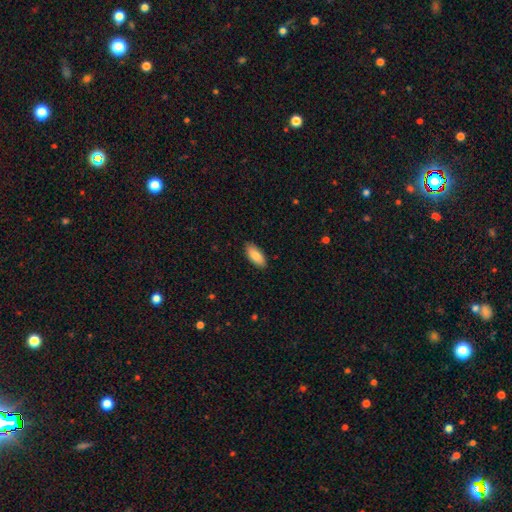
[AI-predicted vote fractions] A smooth galaxy with no disk features (85%) that is in between round and cigar-shaped (88%). Merging: none (89%).